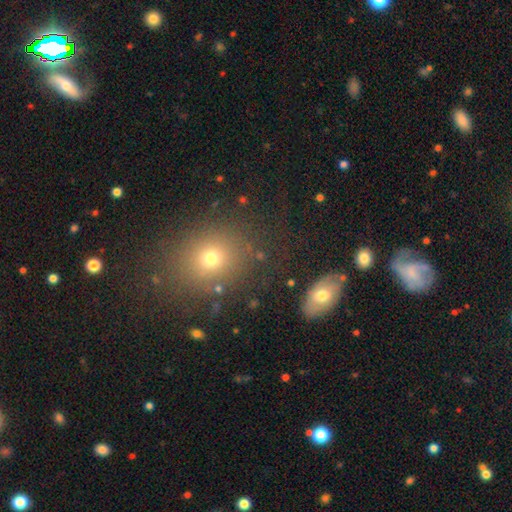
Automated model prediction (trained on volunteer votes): smooth 56%, star or artifact 29%, featured or disk 15%. Down the decision tree: how rounded — round (57%); merging — none (82%).